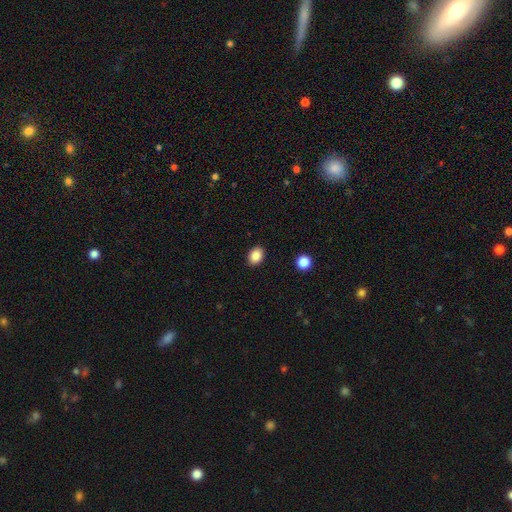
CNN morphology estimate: A smooth galaxy with no disk features (87%) that is in between round and cigar-shaped (66%). Merging: none (90%).